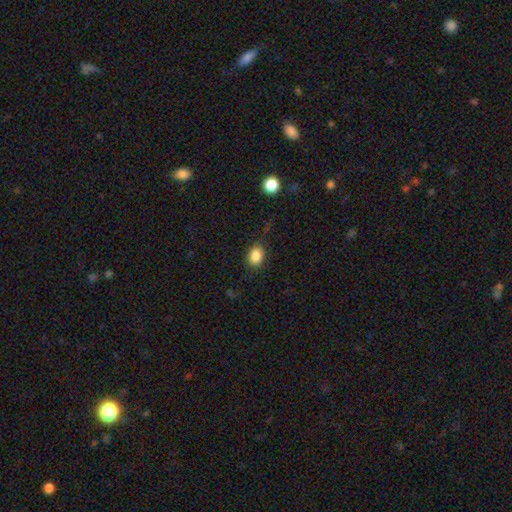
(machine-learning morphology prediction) Smooth or featured: smooth — 86% (star or artifact — 9%)
How rounded: in between — 64% (round — 35%)
Merging: none — 84% (minor disturbance — 12%)